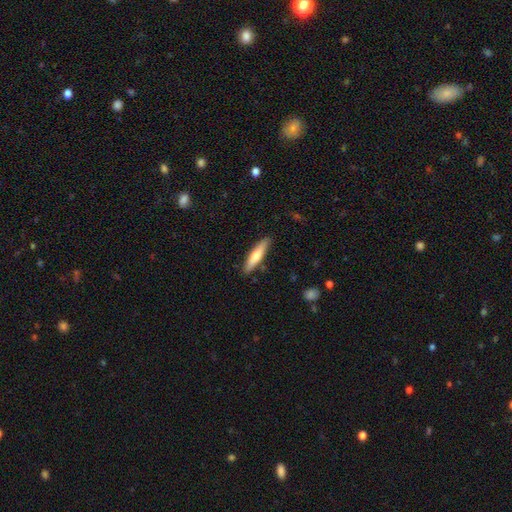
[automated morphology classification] This is likely a smooth galaxy (64%). How rounded: clearly cigar-shaped (81%). Merging: clearly none (87%).